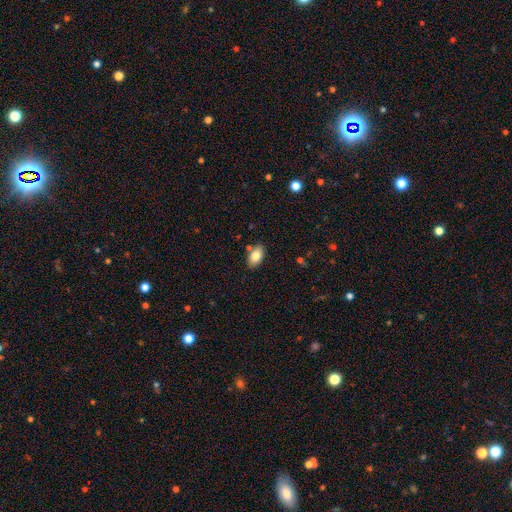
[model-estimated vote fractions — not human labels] Smooth or featured? smooth (81%)
How rounded? in between (93%)
Merging? none (82%)